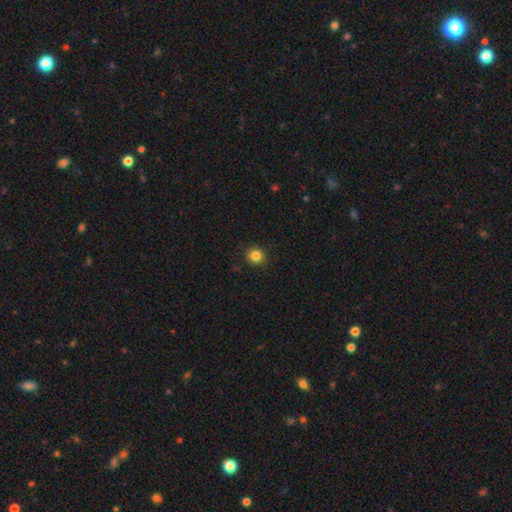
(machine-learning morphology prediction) Overall: smooth (84%). How rounded: round (93%). Merging: none (91%).